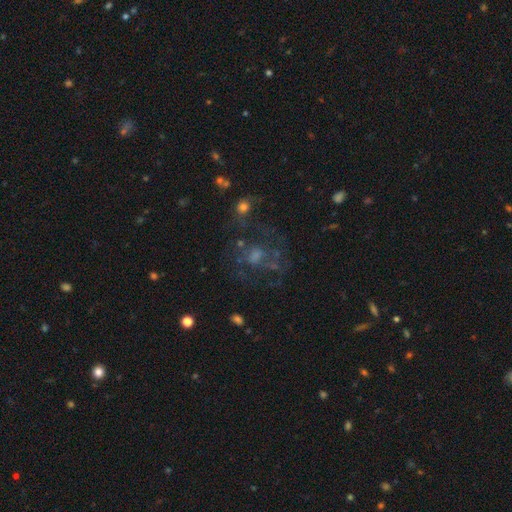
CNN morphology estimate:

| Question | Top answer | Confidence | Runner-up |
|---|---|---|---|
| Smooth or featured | featured or disk | 53% | smooth (26%) |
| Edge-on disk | no | 97% | yes (3%) |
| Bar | no | 73% | weak (22%) |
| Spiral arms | no | 57% | yes (43%) |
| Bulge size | moderate | 35% | none (28%) |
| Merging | none | 51% | major disturbance (25%) |